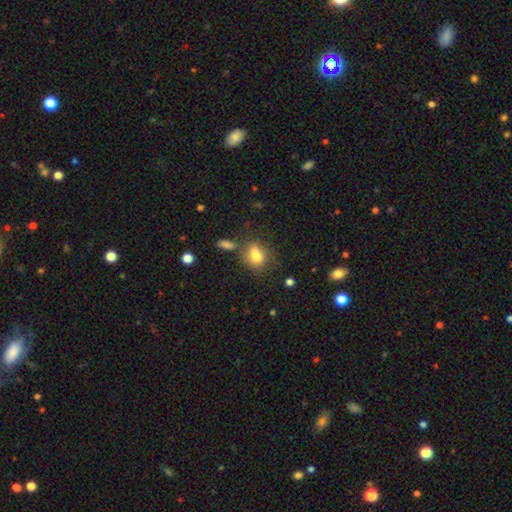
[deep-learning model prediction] The model was most divided on "how rounded": in between: 64%, round: 33%, cigar-shaped: 3%. More confident: smooth or featured — smooth (78%); merging — none (59%).